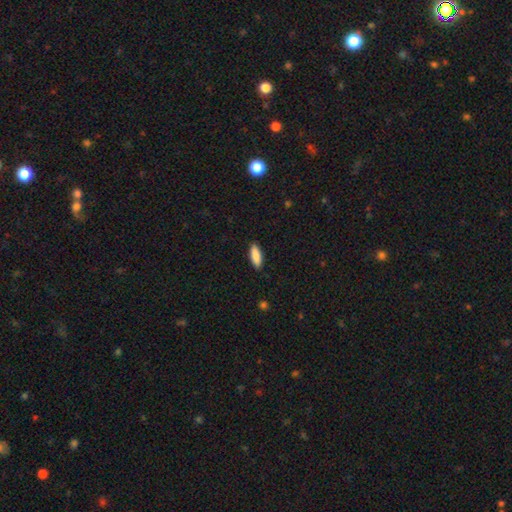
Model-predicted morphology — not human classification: smooth 88%, featured or disk 6%, star or artifact 6%. Down the decision tree: how rounded — in between (61%); merging — none (89%).